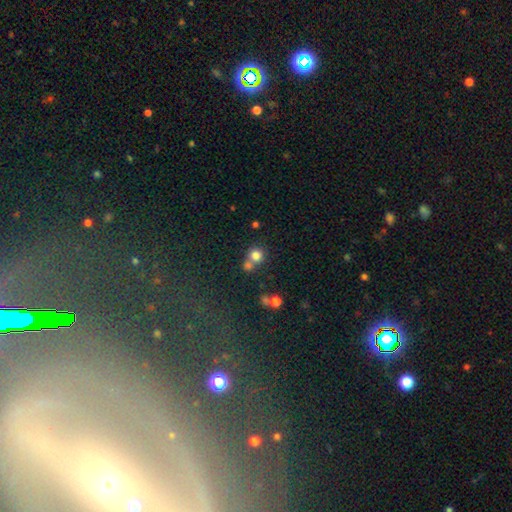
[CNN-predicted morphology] Overall: smooth (78%). How rounded: round (88%). Merging: none (51%; merger 38%).